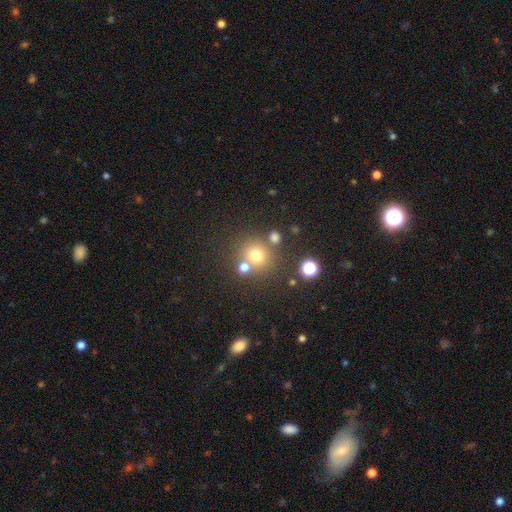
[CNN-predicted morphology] Smooth or featured? Predicted: smooth (p=0.71). How rounded? Predicted: round (p=0.90). Merging? Predicted: none (p=0.70).